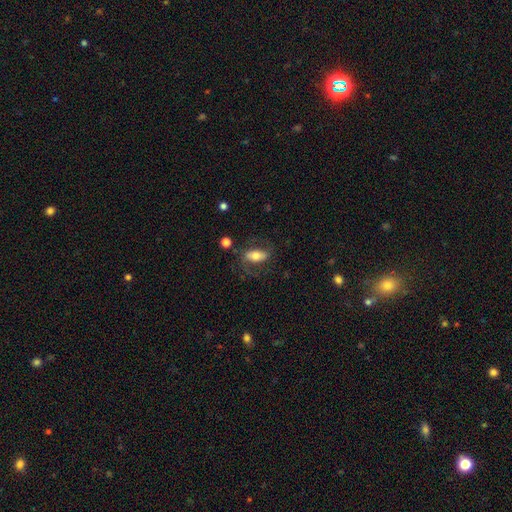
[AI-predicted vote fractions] smooth 55%, featured or disk 38%, star or artifact 8%. Down the decision tree: how rounded — in between (82%); merging — none (63%).